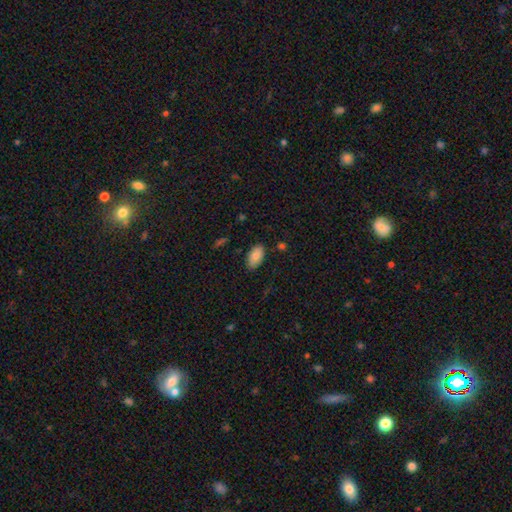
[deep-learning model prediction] A smooth galaxy with no disk features (86%) that is in between round and cigar-shaped (95%).

Vote fractions:
- Smooth or featured? smooth: 86% / featured or disk: 8% / star or artifact: 7%
- How rounded? in between: 95% / cigar-shaped: 3% / round: 2%
- Merging? none: 85% / minor disturbance: 11% / major disturbance: 2% / merger: 2%